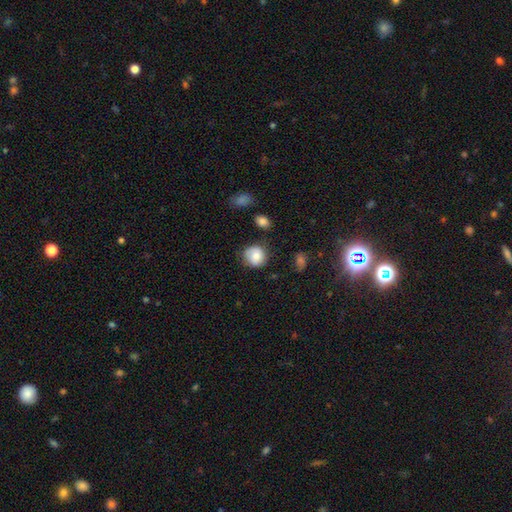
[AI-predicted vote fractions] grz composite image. It shows a smooth galaxy with no disk features (76%) that is round (81%). Merging: none (67%).